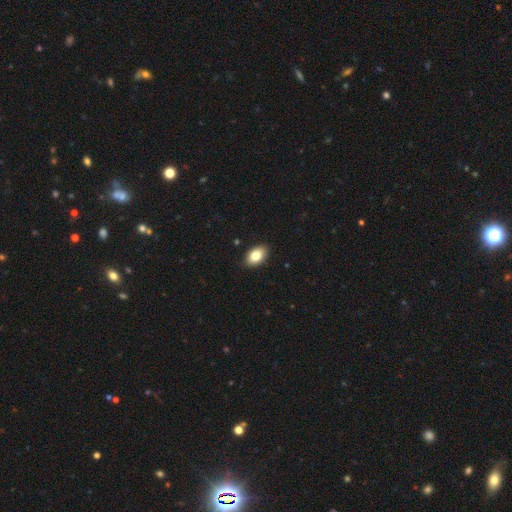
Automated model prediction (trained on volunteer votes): Morphology: type=smooth (83%); roundness=in between (91%); merging=none (88%).